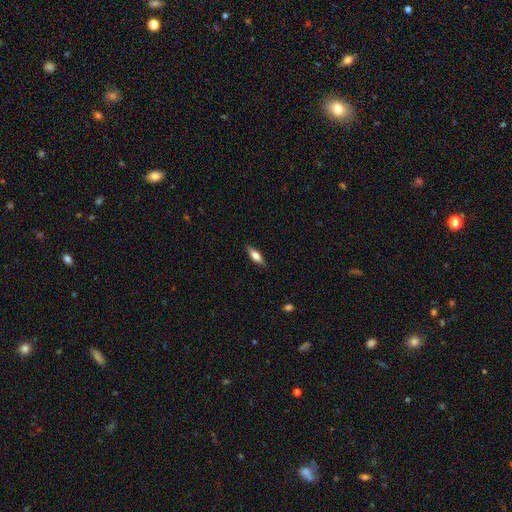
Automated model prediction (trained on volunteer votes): smooth-or-featured: smooth: 54% | featured or disk: 40% | star or artifact: 7%
  how-rounded: in between: 58% | cigar-shaped: 39% | round: 3%
  merging: none: 86% | minor disturbance: 11% | major disturbance: 2% | merger: 1%